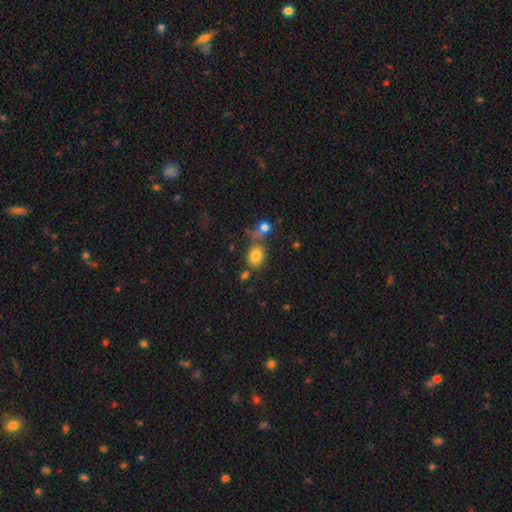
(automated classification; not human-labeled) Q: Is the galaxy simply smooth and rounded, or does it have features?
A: smooth — 81%.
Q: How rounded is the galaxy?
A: in between — 53%.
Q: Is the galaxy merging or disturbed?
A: none — 59%.